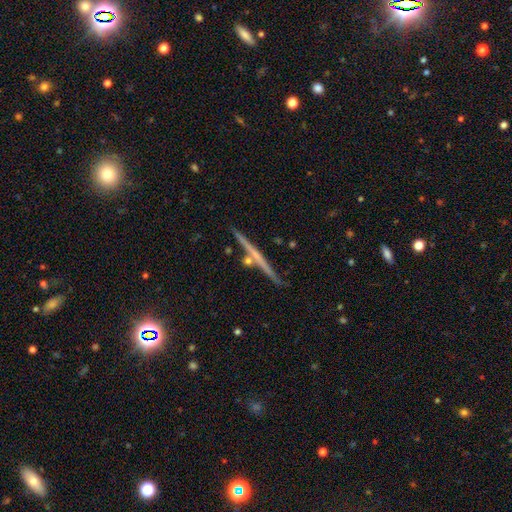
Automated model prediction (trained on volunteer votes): This appears to be a featured or disk galaxy (64%) viewed edge-on (98%) with no central bulge (74%). Merging: none (84%).